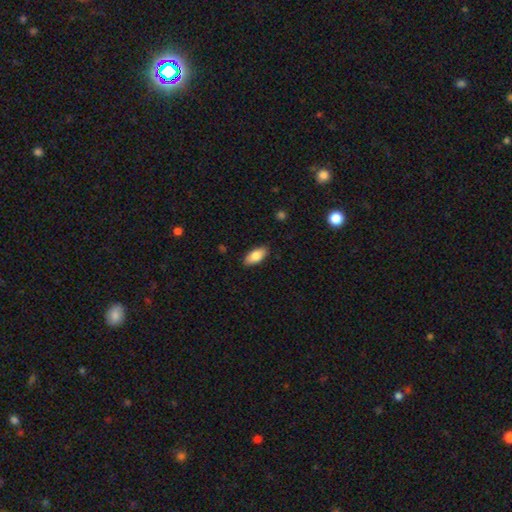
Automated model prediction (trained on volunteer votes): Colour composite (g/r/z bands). It shows a smooth galaxy with no disk features (82%) that is in between round and cigar-shaped (90%). Merging: none (88%).